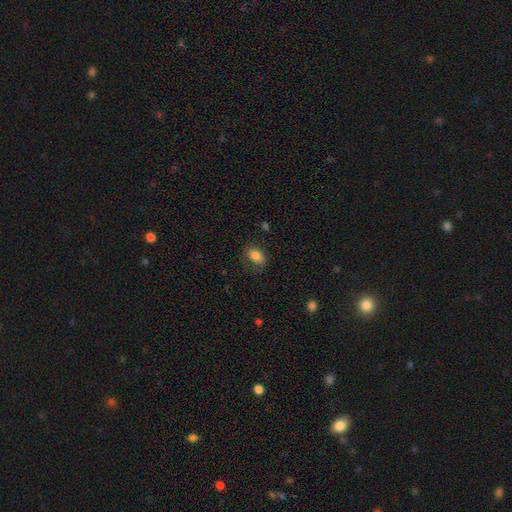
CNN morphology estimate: A smooth galaxy with no disk features (82%) that is in between round and cigar-shaped (82%).

Vote fractions:
- Smooth or featured? smooth: 82% / star or artifact: 9% / featured or disk: 9%
- How rounded? in between: 82% / round: 17% / cigar-shaped: 1%
- Merging? none: 70% / minor disturbance: 20% / major disturbance: 9% / merger: 1%